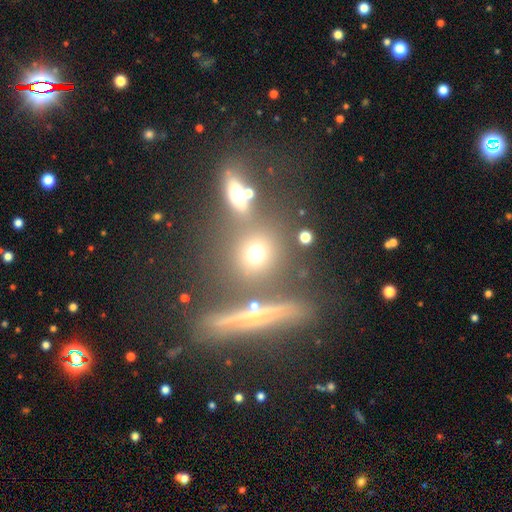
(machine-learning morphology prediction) This appears to be a featured or disk galaxy (41%). Merging: none (45%).